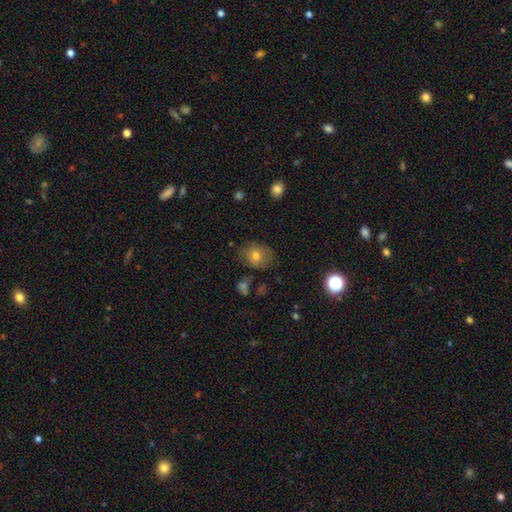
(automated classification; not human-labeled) Smooth or featured: smooth — 70% (featured or disk — 17%)
How rounded: round — 65% (in between — 34%)
Merging: none — 75% (minor disturbance — 17%)